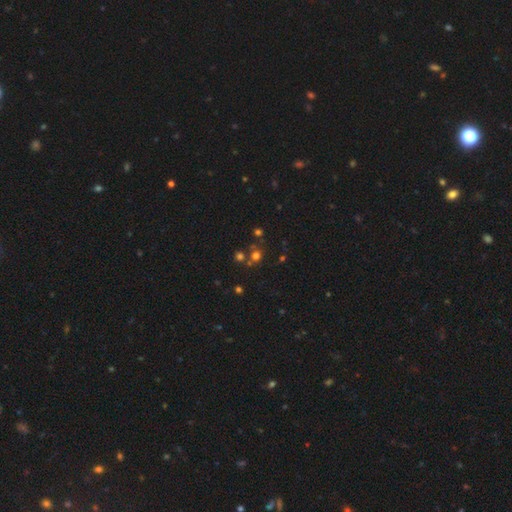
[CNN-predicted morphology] Smooth or featured: smooth — 59% (star or artifact — 32%)
How rounded: round — 88% (in between — 11%)
Merging: none — 67% (merger — 21%)